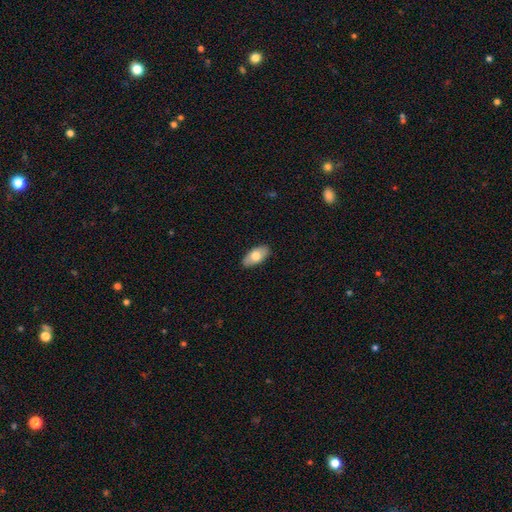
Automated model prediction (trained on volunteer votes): Smooth or featured? smooth (72%)
How rounded? in between (93%)
Merging? none (88%)